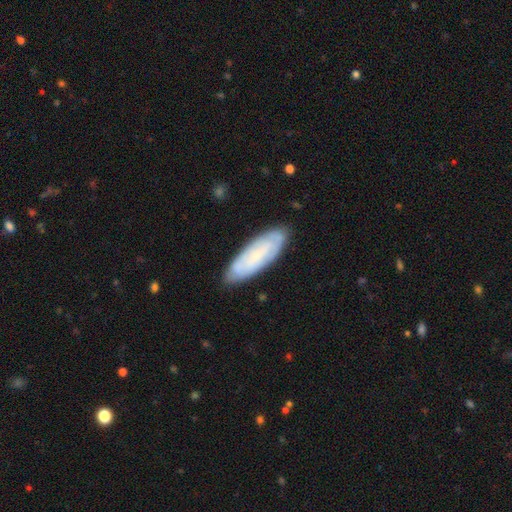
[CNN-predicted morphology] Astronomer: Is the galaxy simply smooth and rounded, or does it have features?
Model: featured or disk — 49% (runner-up: smooth, 44%).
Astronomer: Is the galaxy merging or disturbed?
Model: none — 83%.